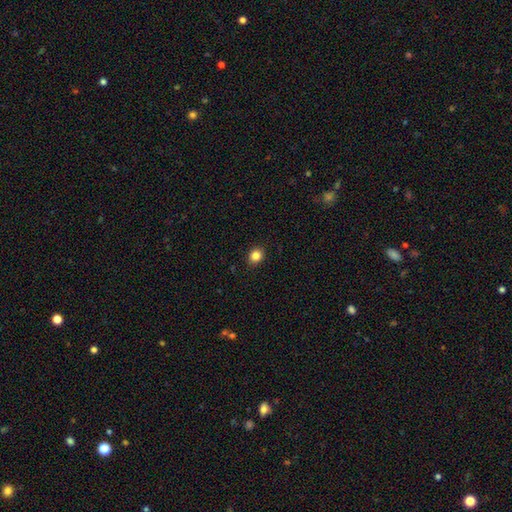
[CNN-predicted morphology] smooth_or_featured: smooth (p=0.85) [alt: star or artifact p=0.11]
how_rounded: round (p=0.70) [alt: in between p=0.29]
merging: none (p=0.90) [alt: minor disturbance p=0.07]